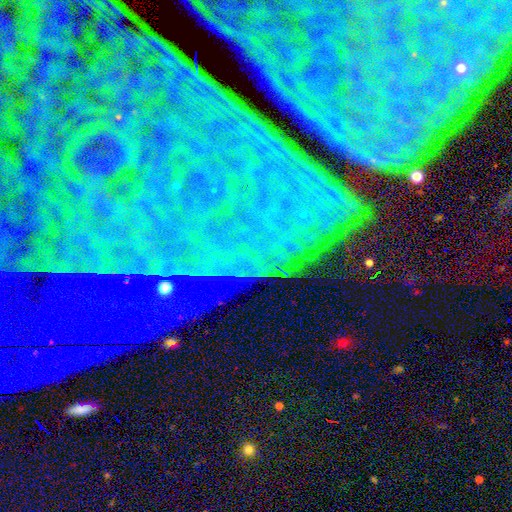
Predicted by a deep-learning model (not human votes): Smooth or featured?
  - star or artifact: 81% *
  - featured or disk: 11%
  - smooth: 9%